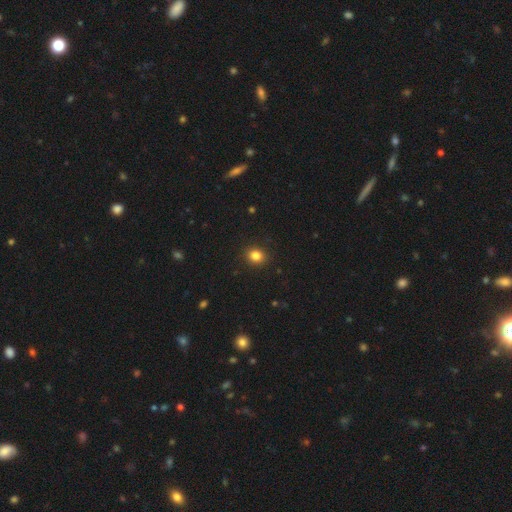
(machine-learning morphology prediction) Overall: smooth (84%). How rounded: round (72%). Merging: none (91%).